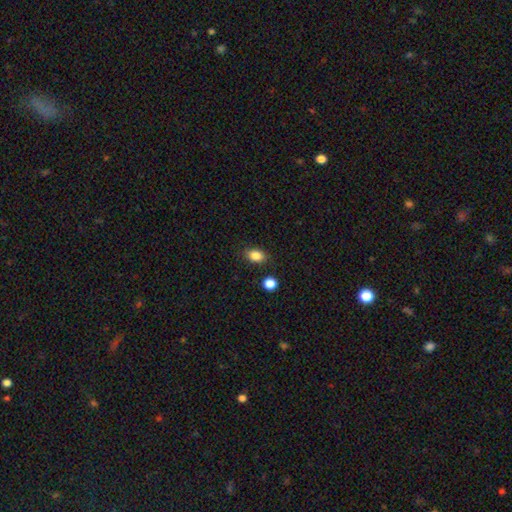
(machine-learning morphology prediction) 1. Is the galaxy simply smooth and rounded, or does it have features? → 86% smooth, 10% star or artifact, 5% featured or disk.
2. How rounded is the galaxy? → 80% in between, 18% round, 2% cigar-shaped.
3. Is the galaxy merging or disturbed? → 84% none, 10% minor disturbance, 3% merger, 3% major disturbance.